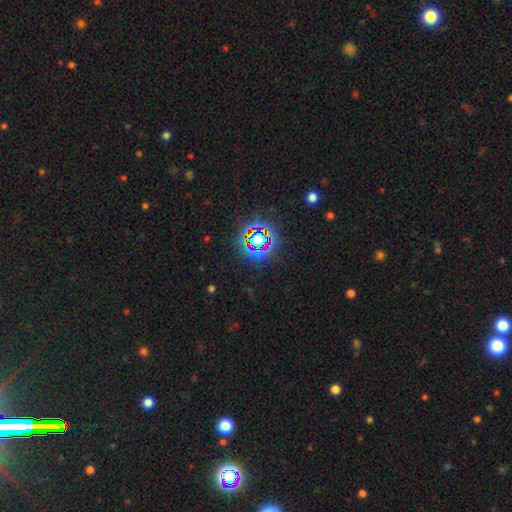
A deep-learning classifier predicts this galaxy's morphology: A star or artifact, not a galaxy (61%).

Vote fractions:
- Smooth or featured? star or artifact: 61% / smooth: 27% / featured or disk: 12%